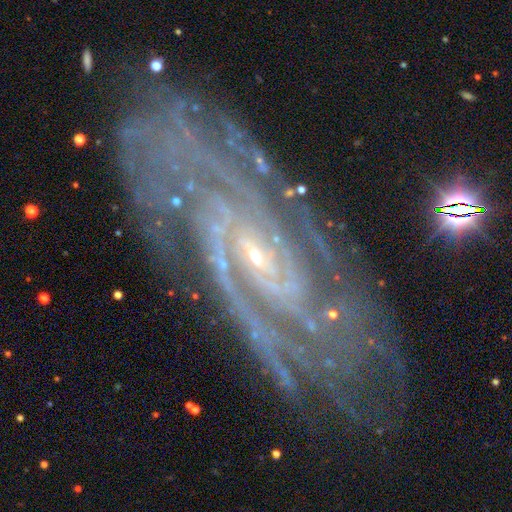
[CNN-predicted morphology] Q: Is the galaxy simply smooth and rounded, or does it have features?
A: featured or disk — 91%.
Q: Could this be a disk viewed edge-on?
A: no — 95%.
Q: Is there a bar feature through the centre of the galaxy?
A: no — 43%.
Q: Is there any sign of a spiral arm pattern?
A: yes — 98%.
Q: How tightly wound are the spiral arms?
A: tight — 65%.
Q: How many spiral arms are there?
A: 2 — 39%.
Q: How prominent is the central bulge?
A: small — 84%.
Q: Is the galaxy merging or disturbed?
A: none — 71%.